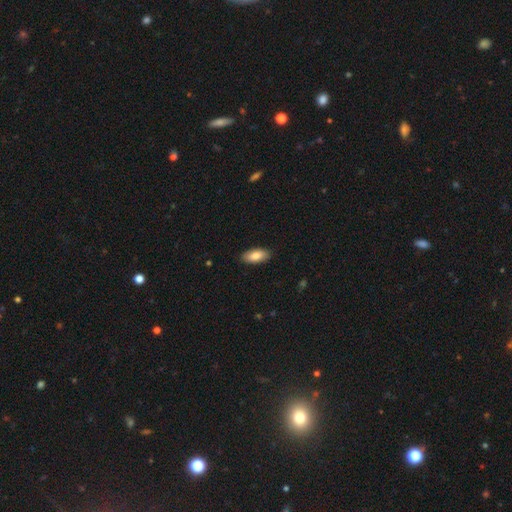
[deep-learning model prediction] smooth-or-featured: smooth: 85% | featured or disk: 9% | star or artifact: 6%
  how-rounded: in between: 90% | cigar-shaped: 8% | round: 2%
  merging: none: 89% | minor disturbance: 8% | major disturbance: 2% | merger: 1%